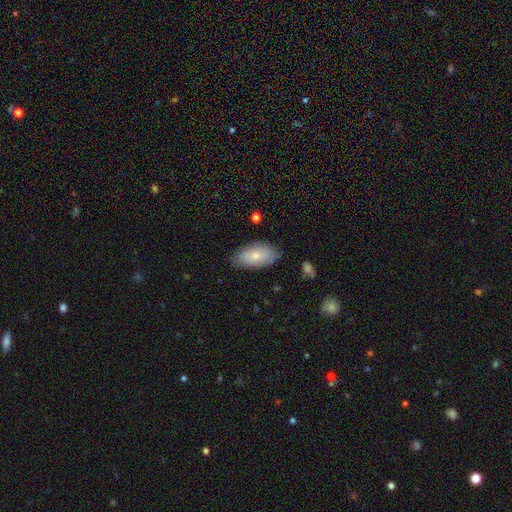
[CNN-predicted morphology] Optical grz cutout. It shows a smooth galaxy with no disk features (75%) that is in between round and cigar-shaped (94%). Merging: none (80%).